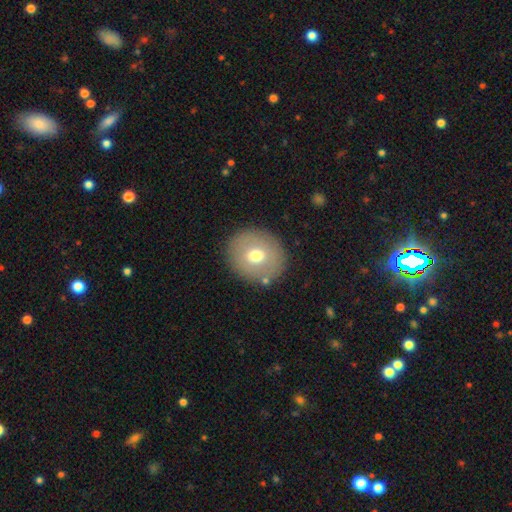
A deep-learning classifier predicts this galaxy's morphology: smooth-or-featured: smooth: 67% | featured or disk: 24% | star or artifact: 9%
  how-rounded: round: 76% | in between: 23% | cigar-shaped: 1%
  merging: none: 86% | minor disturbance: 9% | major disturbance: 3% | merger: 2%